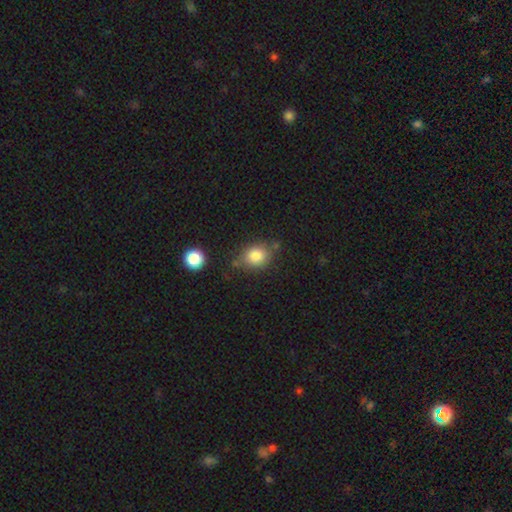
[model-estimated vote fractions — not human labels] Smooth or featured? Predicted: smooth (p=0.82). How rounded? Predicted: round (p=0.52). Merging? Predicted: none (p=0.70).